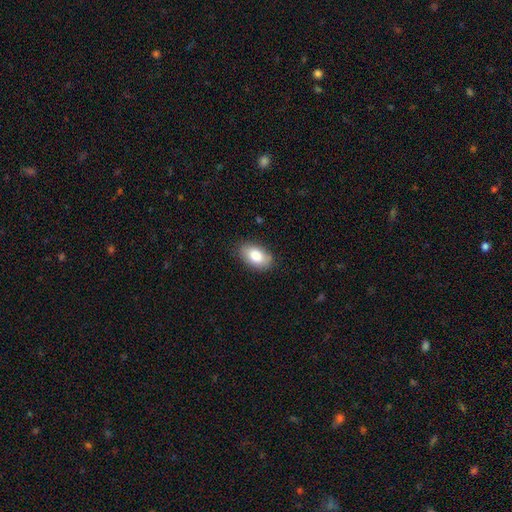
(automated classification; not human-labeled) Overall: smooth (85%). How rounded: in between (93%). Merging: none (82%).